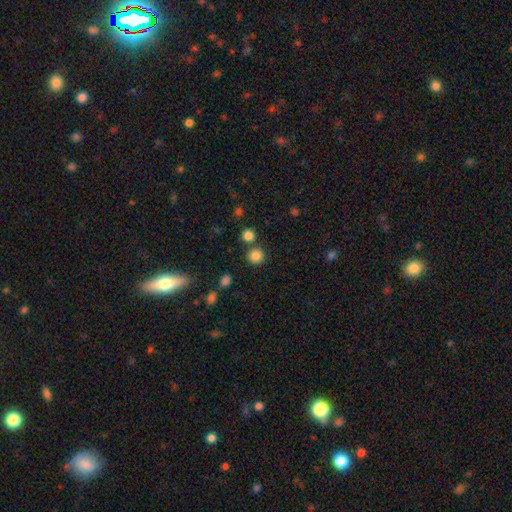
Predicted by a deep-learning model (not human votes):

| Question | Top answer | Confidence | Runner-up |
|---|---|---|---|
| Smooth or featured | smooth | 84% | star or artifact (12%) |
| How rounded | round | 92% | in between (7%) |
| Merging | none | 81% | merger (10%) |